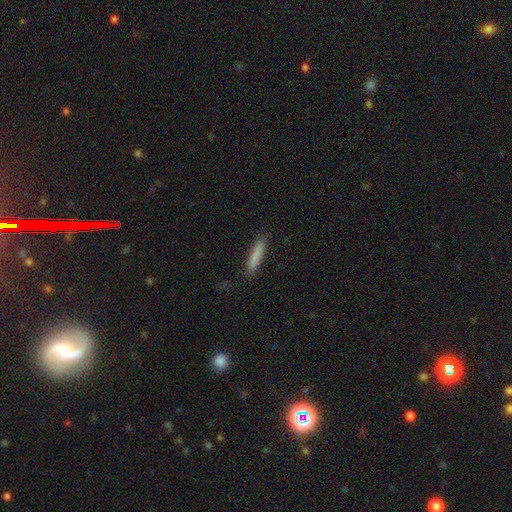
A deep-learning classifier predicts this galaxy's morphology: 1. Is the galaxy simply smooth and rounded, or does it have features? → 85% smooth, 8% featured or disk, 6% star or artifact.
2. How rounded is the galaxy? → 87% cigar-shaped, 11% in between, 1% round.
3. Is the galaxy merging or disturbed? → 88% none, 9% minor disturbance, 2% major disturbance, 1% merger.